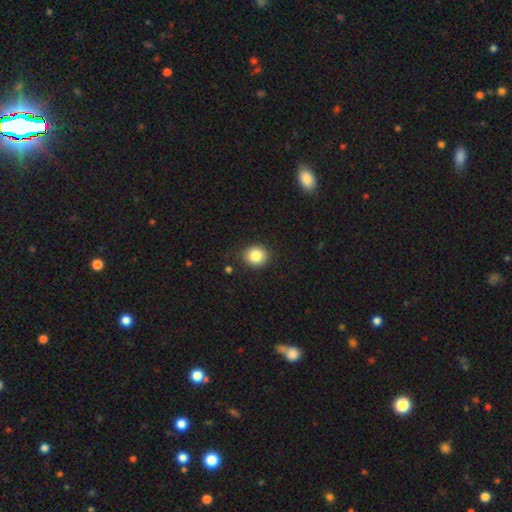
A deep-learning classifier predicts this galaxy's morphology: This appears to be a smooth galaxy with no disk features (85%) that is round (84%). Merging: none (88%).